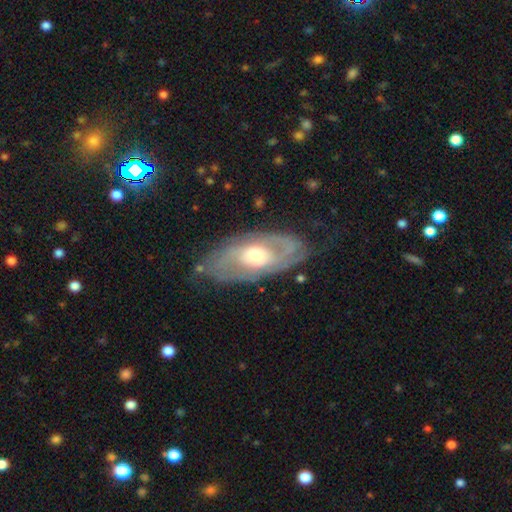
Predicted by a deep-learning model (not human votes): A featured or disk galaxy (77%) with no bar (62%), 2 (56%) tight (50%) spiral arms (85%) and a moderate central bulge (61%). Merging: none (73%).